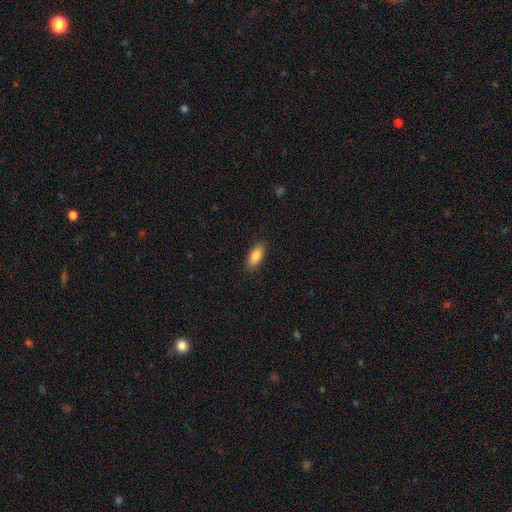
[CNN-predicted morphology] Q: Smooth or featured?
A: smooth (85%); runner-up: featured or disk (8%)
Q: How rounded?
A: in between (83%); runner-up: cigar-shaped (15%)
Q: Merging?
A: none (88%); runner-up: minor disturbance (9%)